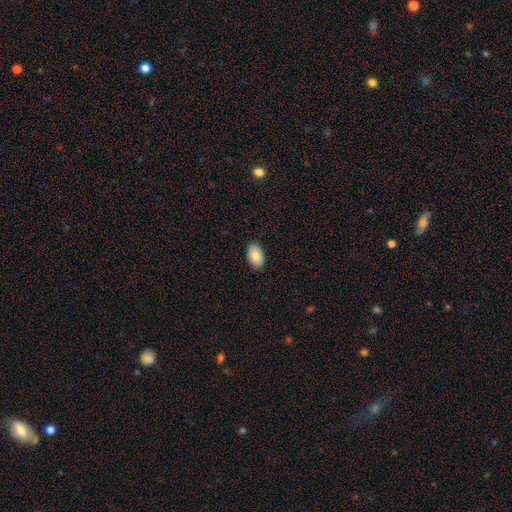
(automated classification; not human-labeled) The model was most divided on "smooth or featured": smooth: 79%, featured or disk: 14%, star or artifact: 7%. More confident: how rounded — in between (91%); merging — none (89%).